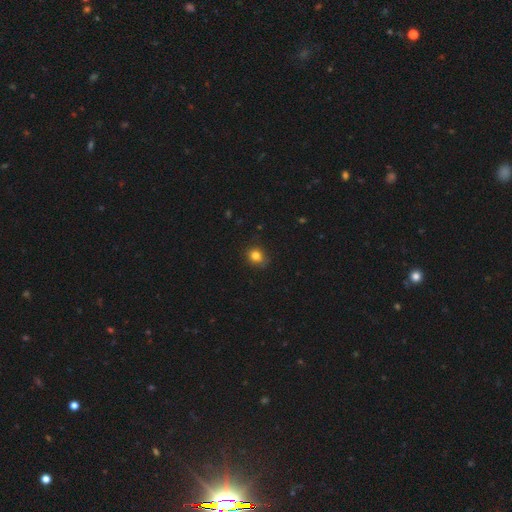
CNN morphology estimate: smooth-or-featured: smooth: 82% | star or artifact: 12% | featured or disk: 7%
  how-rounded: round: 72% | in between: 27% | cigar-shaped: 1%
  merging: none: 77% | minor disturbance: 18% | major disturbance: 3% | merger: 1%